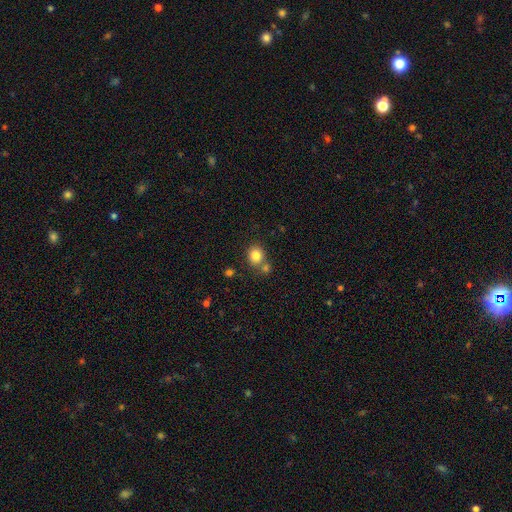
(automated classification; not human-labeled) smooth-or-featured: smooth: 83% | star or artifact: 10% | featured or disk: 6%
  how-rounded: round: 76% | in between: 23% | cigar-shaped: 1%
  merging: none: 62% | merger: 25% | minor disturbance: 10% | major disturbance: 3%